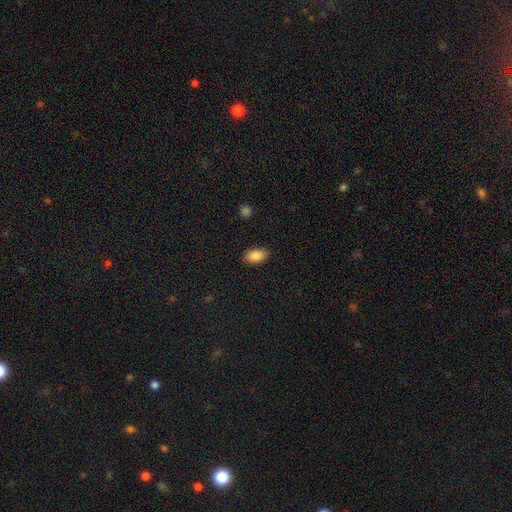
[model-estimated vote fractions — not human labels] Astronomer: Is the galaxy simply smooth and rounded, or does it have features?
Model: smooth — 88%.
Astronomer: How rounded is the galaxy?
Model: in between — 93%.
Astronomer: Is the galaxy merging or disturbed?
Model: none — 88%.